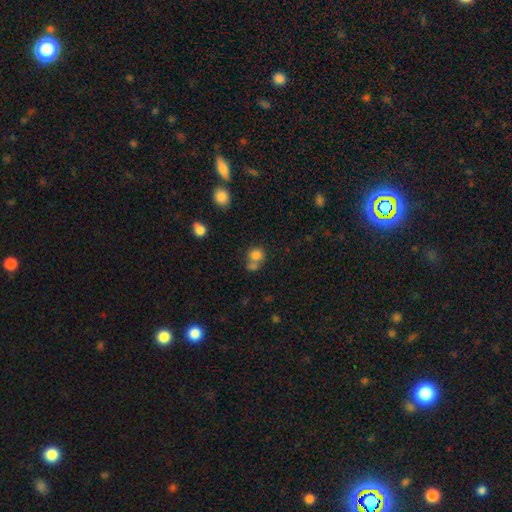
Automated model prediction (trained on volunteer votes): A smooth galaxy with no disk features (80%) that is round (81%).

Vote fractions:
- Smooth or featured? smooth: 80% / star or artifact: 12% / featured or disk: 8%
- How rounded? round: 81% / in between: 18% / cigar-shaped: 1%
- Merging? none: 44% / merger: 43% / minor disturbance: 9% / major disturbance: 4%